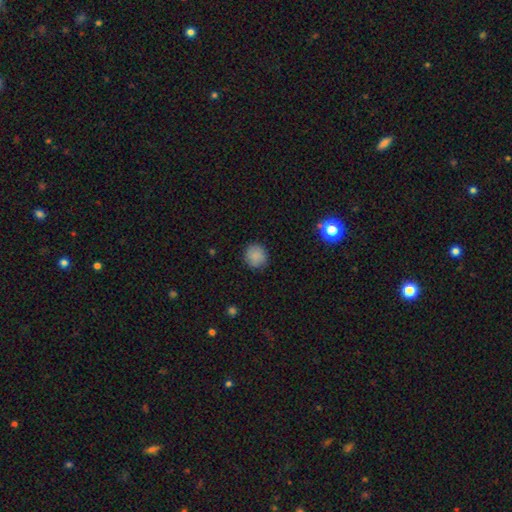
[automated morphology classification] A smooth galaxy with no disk features (86%) that is round (89%).

Vote fractions:
- Smooth or featured? smooth: 86% / star or artifact: 10% / featured or disk: 4%
- How rounded? round: 89% / in between: 10% / cigar-shaped: 1%
- Merging? none: 88% / minor disturbance: 9% / major disturbance: 2% / merger: 1%